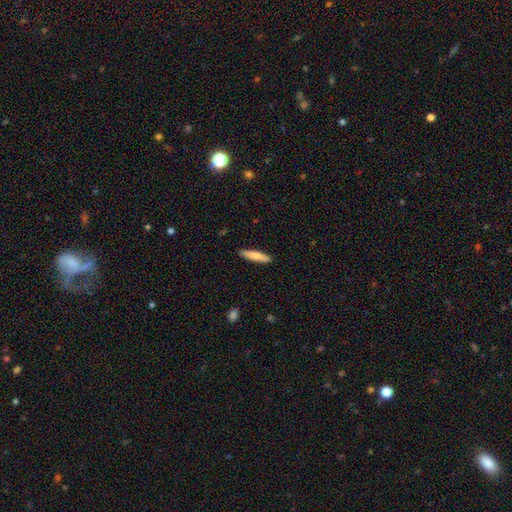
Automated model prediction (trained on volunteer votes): Smooth or featured? Predicted: smooth (p=0.75). How rounded? Predicted: cigar-shaped (p=0.82). Merging? Predicted: none (p=0.90).